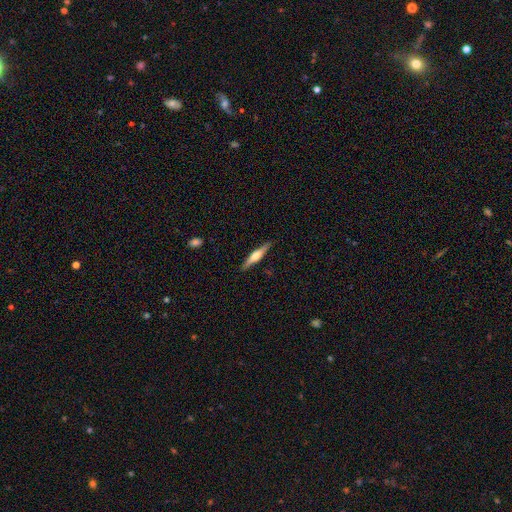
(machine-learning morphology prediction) This is likely a featured or disk galaxy (63%). It is clearly viewed edge-on (97%). Edge-on bulge: clearly rounded (85%). Merging: clearly none (89%).